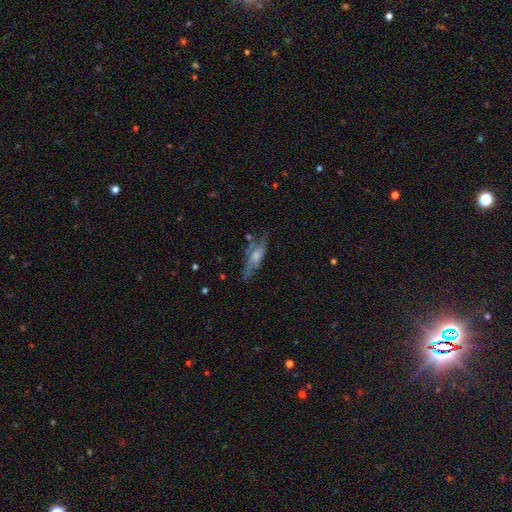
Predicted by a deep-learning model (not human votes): The model was most divided on "smooth or featured": smooth: 48%, featured or disk: 44%, star or artifact: 8%. More confident: merging — none (51%).